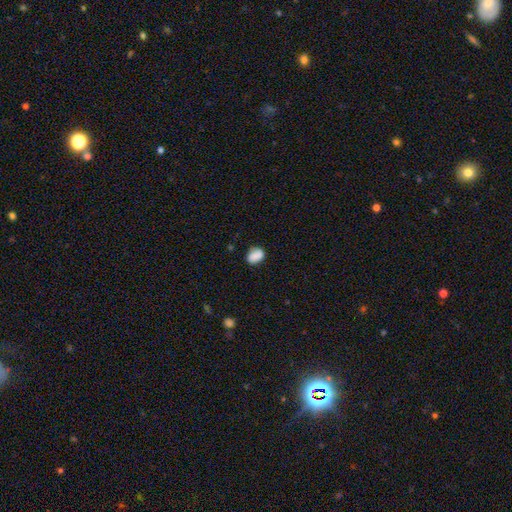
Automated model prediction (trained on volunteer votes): Q: Smooth or featured?
A: smooth (84%); runner-up: star or artifact (8%)
Q: How rounded?
A: in between (64%); runner-up: round (35%)
Q: Merging?
A: none (74%); runner-up: minor disturbance (18%)